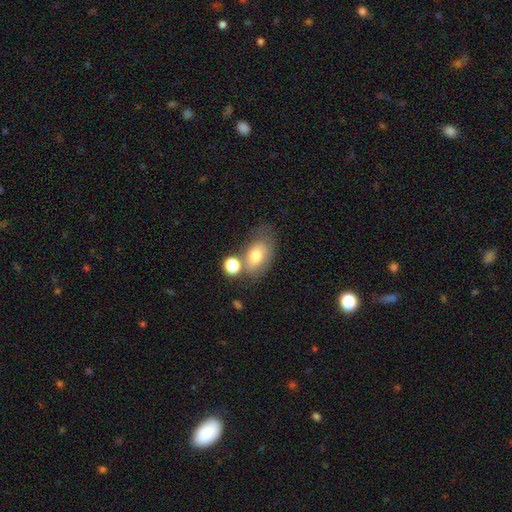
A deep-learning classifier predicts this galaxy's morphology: Smooth or featured? Predicted: smooth (p=0.67). How rounded? Predicted: in between (p=0.82). Merging? Predicted: none (p=0.47).